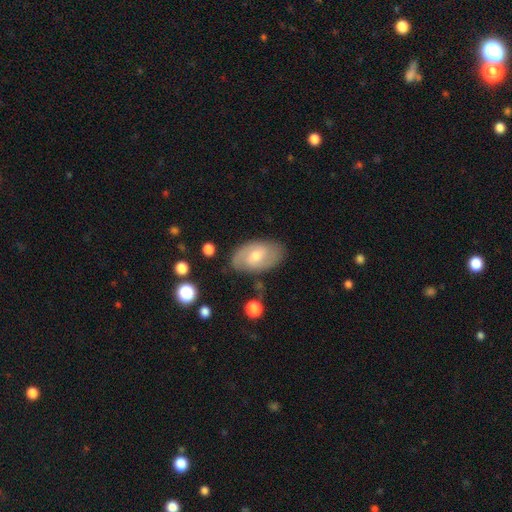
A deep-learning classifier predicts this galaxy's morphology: smooth_or_featured: featured or disk (p=0.58) [alt: smooth p=0.35]
disk_edge_on: no (p=0.94) [alt: yes p=0.06]
bar: weak (p=0.47) [alt: no p=0.42]
has_spiral_arms: yes (p=0.78) [alt: no p=0.22]
bulge_size: moderate (p=0.58) [alt: small p=0.36]
merging: none (p=0.77) [alt: minor disturbance p=0.17]